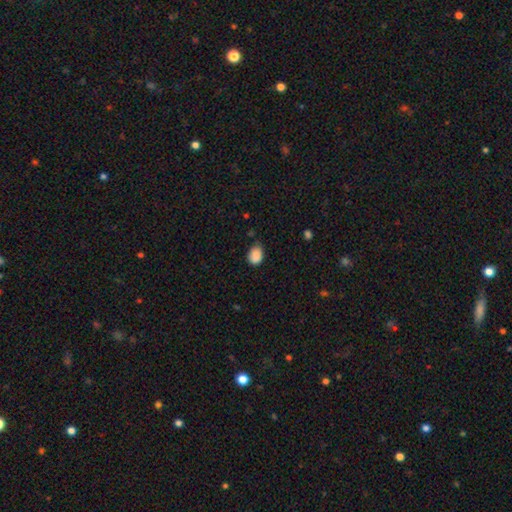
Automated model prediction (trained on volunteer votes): Morphology: type=smooth (88%); roundness=in between (69%); merging=none (63%).